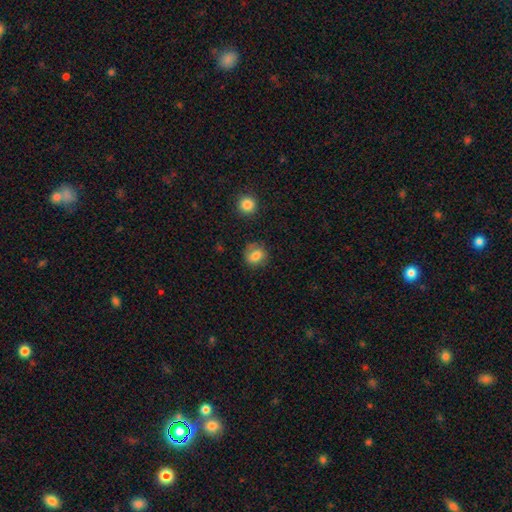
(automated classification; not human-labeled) A smooth galaxy with no disk features (78%) that is round (74%).

Vote fractions:
- Smooth or featured? smooth: 78% / featured or disk: 12% / star or artifact: 10%
- How rounded? round: 74% / in between: 25% / cigar-shaped: 1%
- Merging? none: 77% / minor disturbance: 16% / major disturbance: 5% / merger: 2%